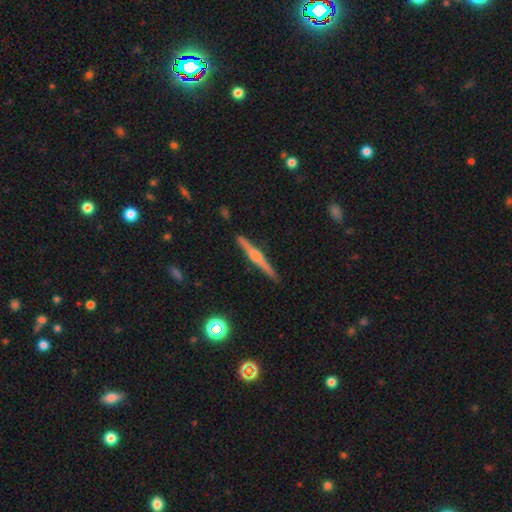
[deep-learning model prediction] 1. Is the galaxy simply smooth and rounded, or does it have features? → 74% featured or disk, 20% smooth, 7% star or artifact.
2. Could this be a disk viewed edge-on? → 98% yes, 2% no.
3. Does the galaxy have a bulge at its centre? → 76% rounded, 16% boxy, 8% none.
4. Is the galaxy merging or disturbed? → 91% none, 7% minor disturbance, 1% major disturbance, 1% merger.